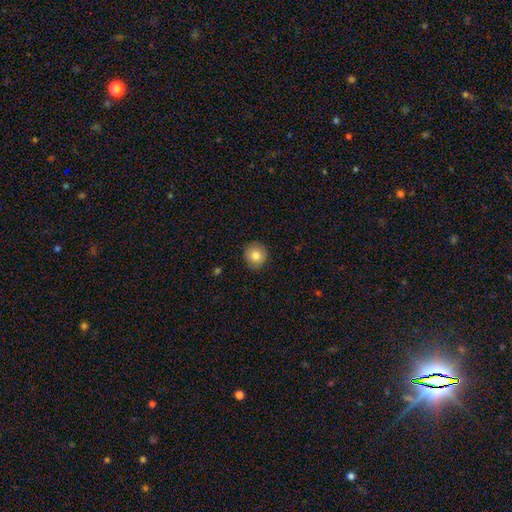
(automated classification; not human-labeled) Smooth or featured?
  - smooth: 81% *
  - featured or disk: 10%
  - star or artifact: 9%
How rounded?
  - round: 91% *
  - in between: 8%
  - cigar-shaped: 1%
Merging?
  - none: 88% *
  - minor disturbance: 9%
  - major disturbance: 2%
  - merger: 1%